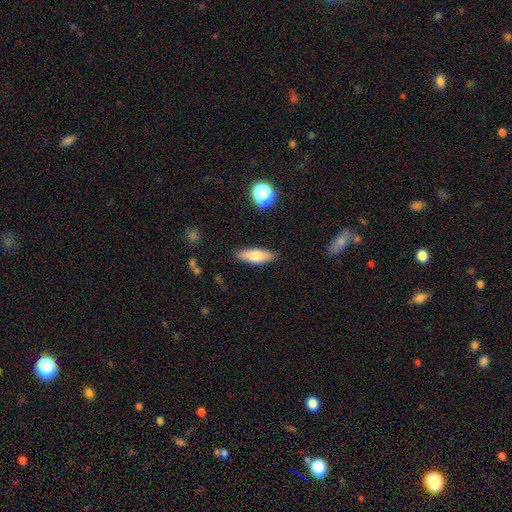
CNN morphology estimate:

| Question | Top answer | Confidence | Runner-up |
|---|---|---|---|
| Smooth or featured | smooth | 73% | featured or disk (20%) |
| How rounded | in between | 61% | cigar-shaped (37%) |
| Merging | none | 88% | minor disturbance (9%) |